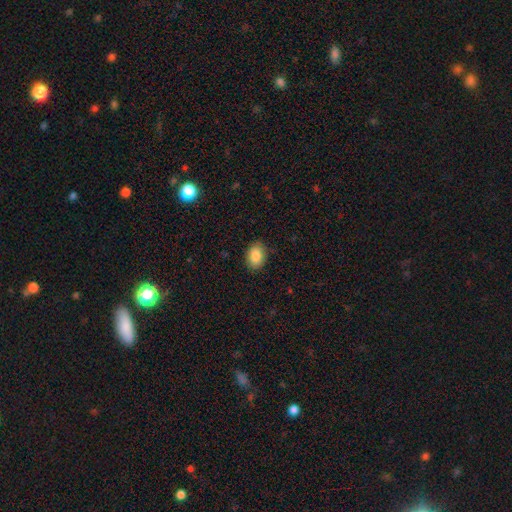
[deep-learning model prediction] Overall: smooth (86%). How rounded: in between (79%). Merging: none (87%).